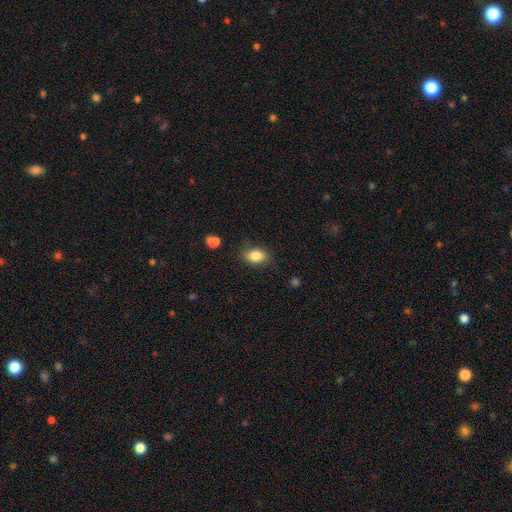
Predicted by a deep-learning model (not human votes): Overall: smooth (85%). How rounded: in between (77%). Merging: none (77%).